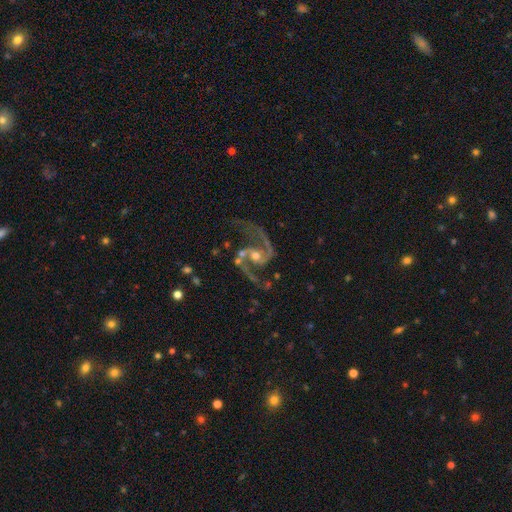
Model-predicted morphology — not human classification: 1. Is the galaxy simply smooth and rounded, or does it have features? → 92% featured or disk, 5% star or artifact, 3% smooth.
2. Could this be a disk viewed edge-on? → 98% no, 2% yes.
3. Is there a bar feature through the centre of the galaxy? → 54% no, 32% weak, 14% strong.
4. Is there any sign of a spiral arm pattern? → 98% yes, 2% no.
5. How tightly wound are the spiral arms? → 49% medium, 44% loose, 7% tight.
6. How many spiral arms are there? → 94% 2, 2% 1, 1% 3, 1% can't tell, 1% 4, 1% more than 4.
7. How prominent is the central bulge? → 65% moderate, 28% small, 5% large, 2% none, 1% dominant.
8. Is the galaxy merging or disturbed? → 62% none, 17% minor disturbance, 13% major disturbance, 8% merger.